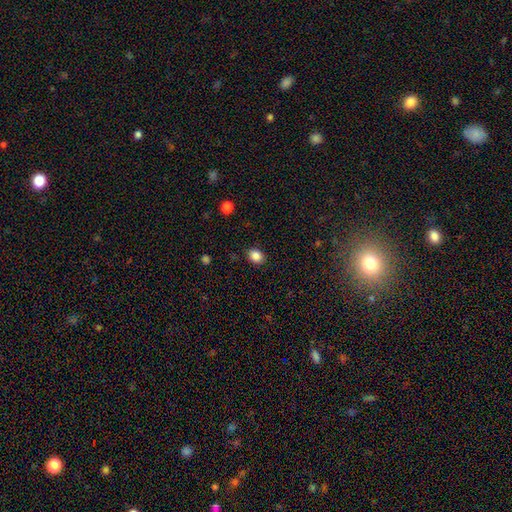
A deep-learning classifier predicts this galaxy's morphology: Overall: smooth (86%). How rounded: round (54%; in between 45%). Merging: none (87%).